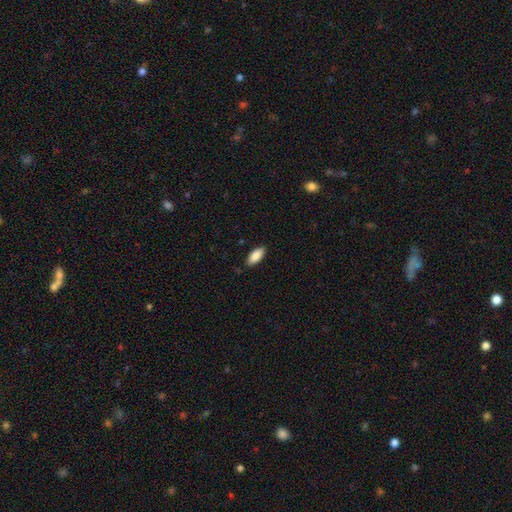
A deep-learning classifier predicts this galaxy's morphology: The model was most divided on "how rounded": in between: 84%, cigar-shaped: 14%, round: 2%. More confident: smooth or featured — smooth (89%); merging — none (87%).